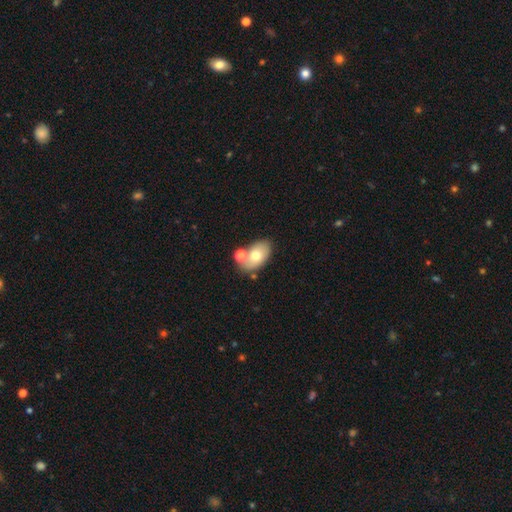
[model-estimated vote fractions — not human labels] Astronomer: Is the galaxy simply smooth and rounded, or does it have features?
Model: smooth — 68%.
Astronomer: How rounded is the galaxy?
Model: in between — 88%.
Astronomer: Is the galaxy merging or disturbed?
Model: none — 58%.